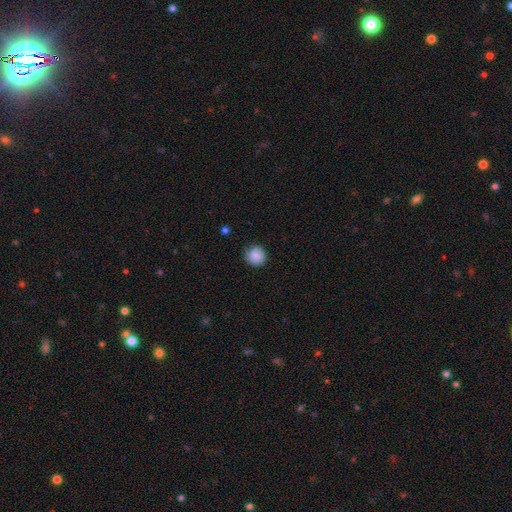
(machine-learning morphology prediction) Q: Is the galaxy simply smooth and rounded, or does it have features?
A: smooth — 87%.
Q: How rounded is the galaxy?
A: round — 92%.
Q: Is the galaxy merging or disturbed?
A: none — 85%.